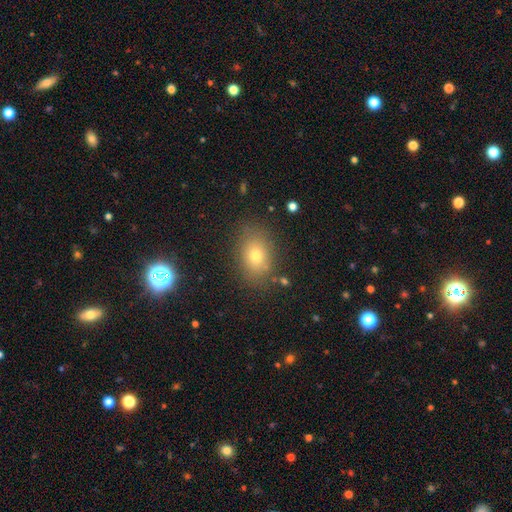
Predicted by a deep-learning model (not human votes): A smooth galaxy with no disk features (72%) that is in between round and cigar-shaped (70%).

Vote fractions:
- Smooth or featured? smooth: 72% / star or artifact: 15% / featured or disk: 13%
- How rounded? in between: 70% / round: 29% / cigar-shaped: 1%
- Merging? none: 83% / minor disturbance: 11% / major disturbance: 4% / merger: 2%